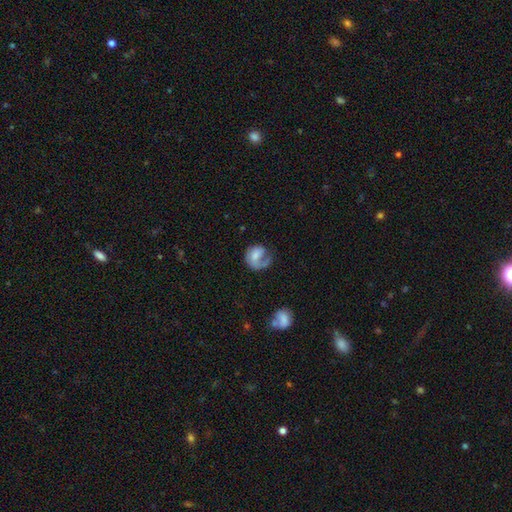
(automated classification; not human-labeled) Overall: featured or disk (48%; smooth 44%). Merging: none (40%; major disturbance 36%).